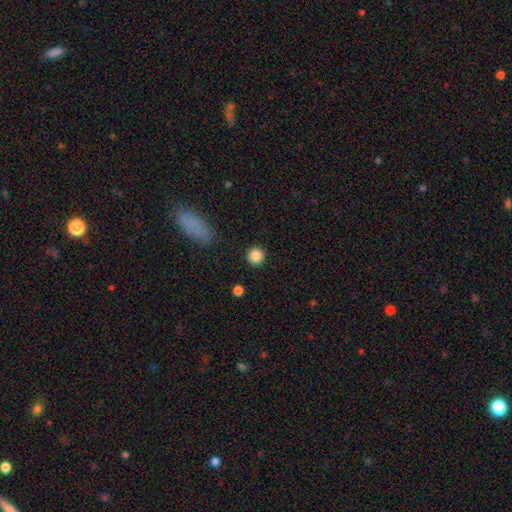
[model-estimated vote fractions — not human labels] A smooth galaxy with no disk features (86%) that is round (94%). Merging: none (91%).